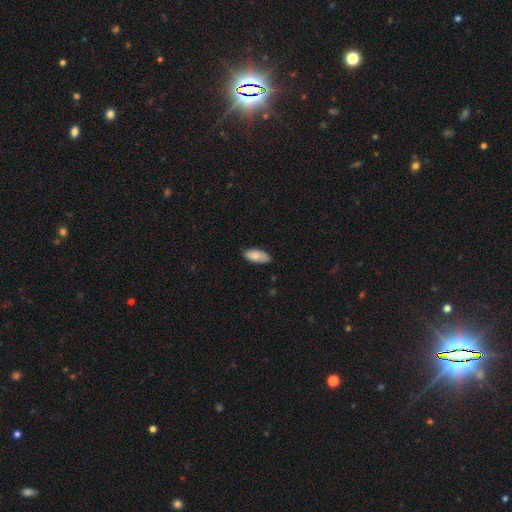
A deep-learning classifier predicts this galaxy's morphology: Smooth or featured: smooth — 85% (featured or disk — 9%)
How rounded: in between — 92% (cigar-shaped — 7%)
Merging: none — 82% (minor disturbance — 15%)